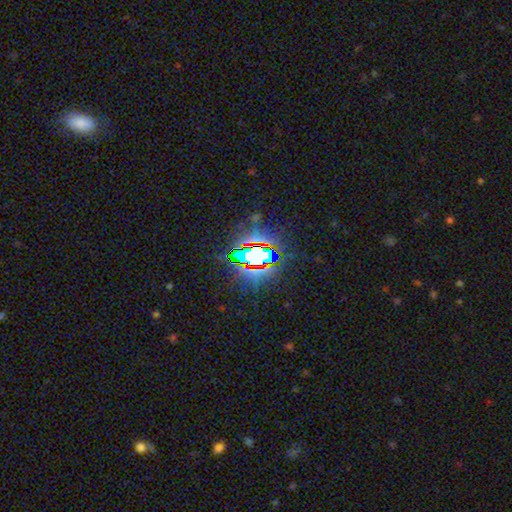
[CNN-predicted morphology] Smooth or featured? Predicted: star or artifact (p=0.74).